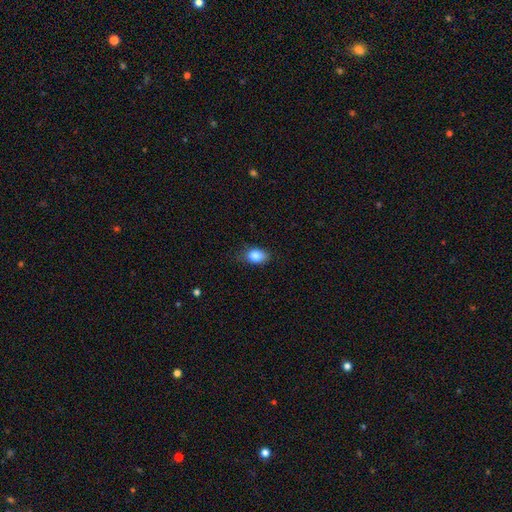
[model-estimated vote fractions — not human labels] Q: Smooth or featured?
A: smooth (85%); runner-up: star or artifact (9%)
Q: How rounded?
A: in between (80%); runner-up: round (18%)
Q: Merging?
A: none (74%); runner-up: minor disturbance (21%)